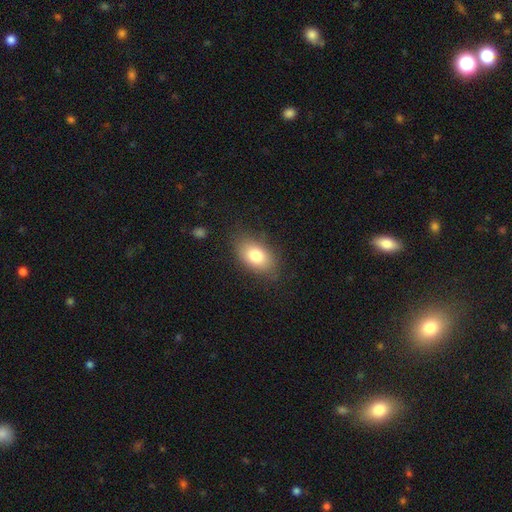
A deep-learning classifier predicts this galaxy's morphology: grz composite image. It shows a smooth galaxy with no disk features (80%) that is in between round and cigar-shaped (88%). Merging: none (80%).